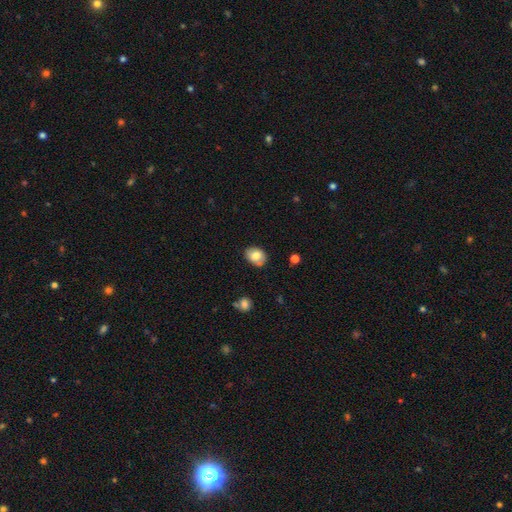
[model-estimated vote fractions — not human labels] This appears to be a smooth galaxy with no disk features (78%) that is in between round and cigar-shaped (69%). Merging: none (76%).